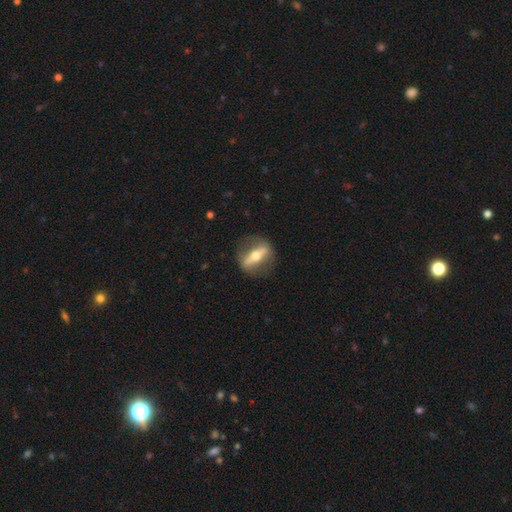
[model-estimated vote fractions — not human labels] A featured or disk galaxy (71%) viewed edge-on (56%). Merging: none (80%).